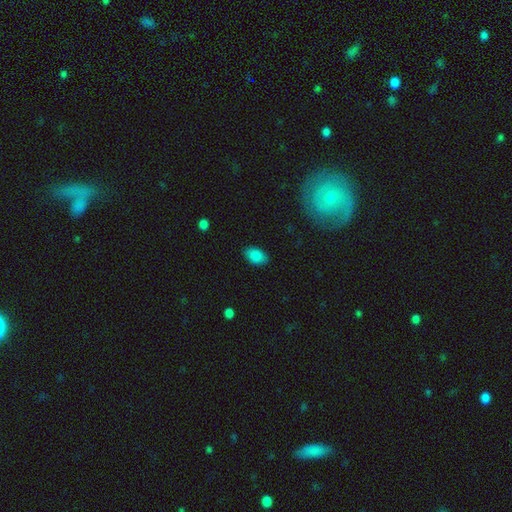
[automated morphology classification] type=smooth (87%); roundness=in between (91%); merging=none (86%).